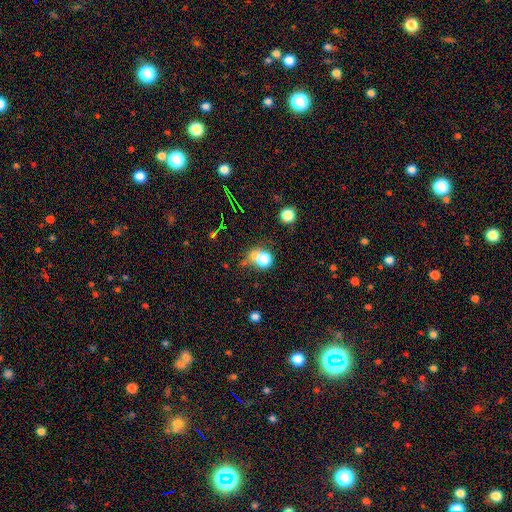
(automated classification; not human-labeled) Smooth or featured?
  - smooth: 68% *
  - star or artifact: 18%
  - featured or disk: 13%
How rounded?
  - round: 72% *
  - in between: 27%
  - cigar-shaped: 2%
Merging?
  - none: 39% *
  - merger: 34%
  - minor disturbance: 15%
  - major disturbance: 12%